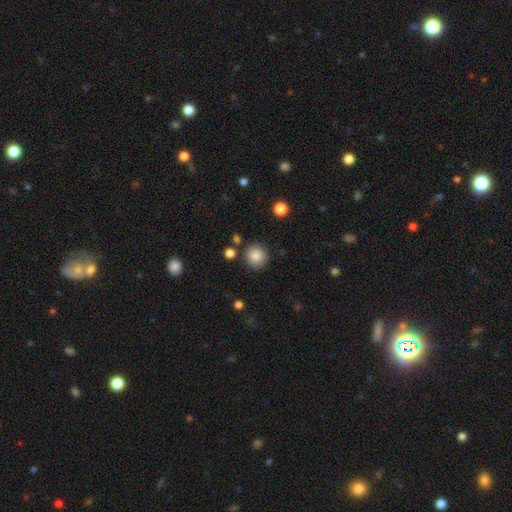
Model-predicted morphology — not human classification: Smooth or featured?
  - smooth: 86% *
  - star or artifact: 9%
  - featured or disk: 5%
How rounded?
  - round: 93% *
  - in between: 6%
  - cigar-shaped: 1%
Merging?
  - none: 86% *
  - minor disturbance: 8%
  - merger: 3%
  - major disturbance: 3%